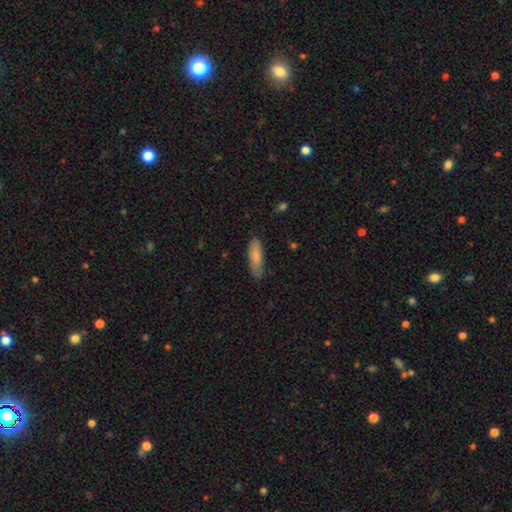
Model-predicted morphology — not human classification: smooth-or-featured: smooth: 83% | featured or disk: 11% | star or artifact: 6%
  how-rounded: cigar-shaped: 53% | in between: 45% | round: 2%
  merging: none: 74% | minor disturbance: 21% | major disturbance: 4% | merger: 2%